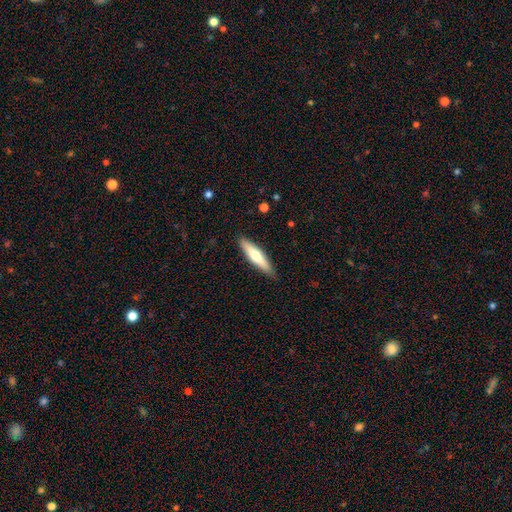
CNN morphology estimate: This is possibly a smooth galaxy (59%). How rounded: likely cigar-shaped (79%). Merging: clearly none (87%).